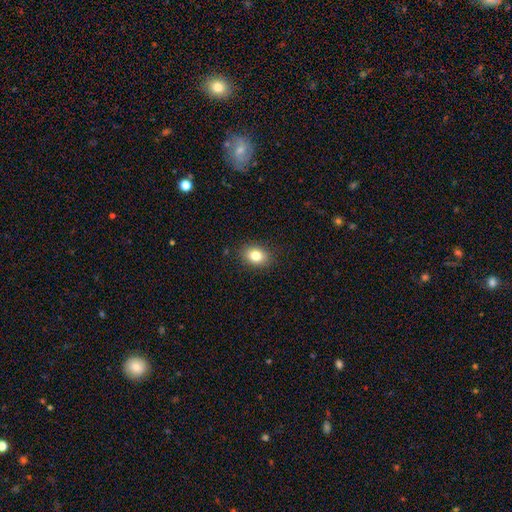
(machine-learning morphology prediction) smooth-or-featured: smooth: 83% | star or artifact: 9% | featured or disk: 8%
  how-rounded: in between: 68% | round: 31% | cigar-shaped: 1%
  merging: none: 88% | minor disturbance: 9% | major disturbance: 2% | merger: 1%